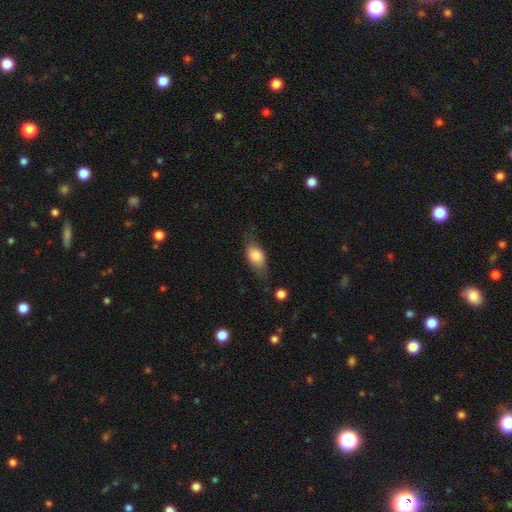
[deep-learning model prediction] This appears to be a smooth galaxy with no disk features (78%) that is in between round and cigar-shaped (82%). Merging: none (62%).